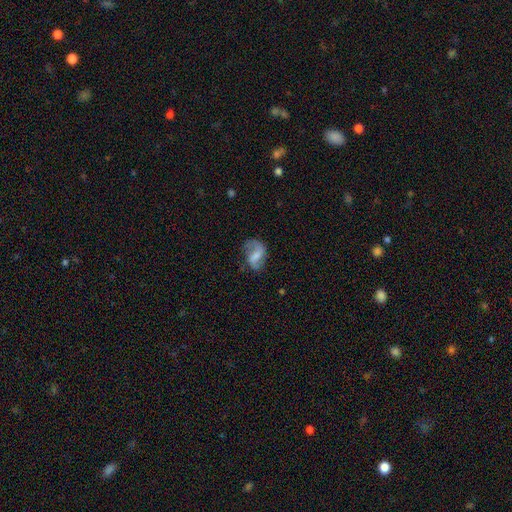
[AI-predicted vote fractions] Q: Smooth or featured?
A: featured or disk (65%); runner-up: smooth (27%)
Q: Edge-on disk?
A: no (97%); runner-up: yes (3%)
Q: Bar?
A: weak (49%); runner-up: strong (26%)
Q: Spiral arms?
A: yes (88%); runner-up: no (12%)
Q: Spiral winding?
A: loose (61%); runner-up: medium (31%)
Q: Spiral arm count?
A: 2 (83%); runner-up: 1 (8%)
Q: Bulge size?
A: none (39%); runner-up: moderate (25%)
Q: Merging?
A: none (60%); runner-up: minor disturbance (23%)